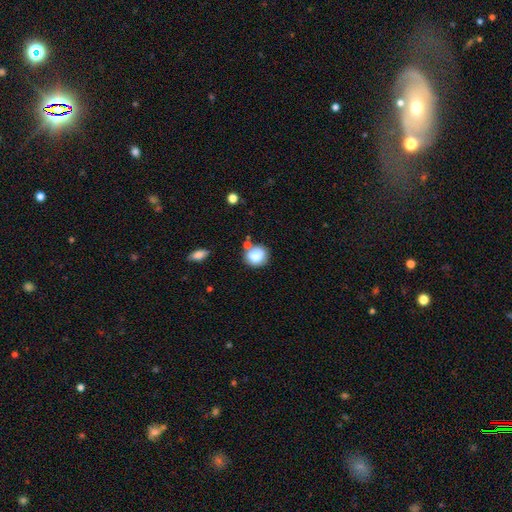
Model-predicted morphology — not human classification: This is clearly a smooth galaxy (85%). How rounded: likely round (77%). Merging: likely none (67%).